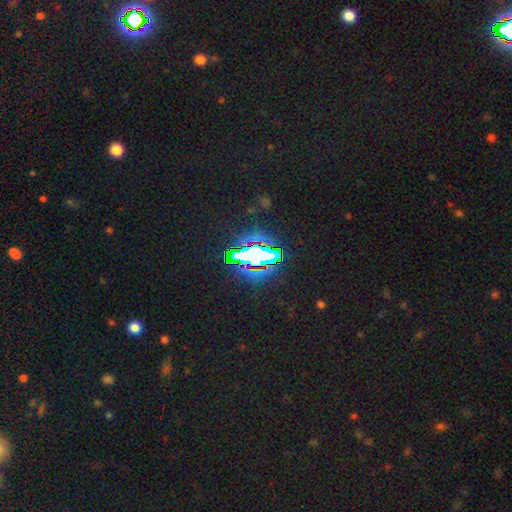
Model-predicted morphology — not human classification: Smooth or featured? Predicted: star or artifact (p=0.69).